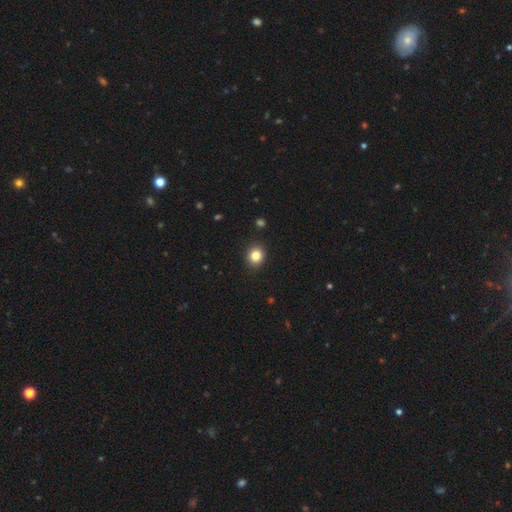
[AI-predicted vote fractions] Morphology: type=smooth (83%); roundness=round (74%); merging=none (91%).